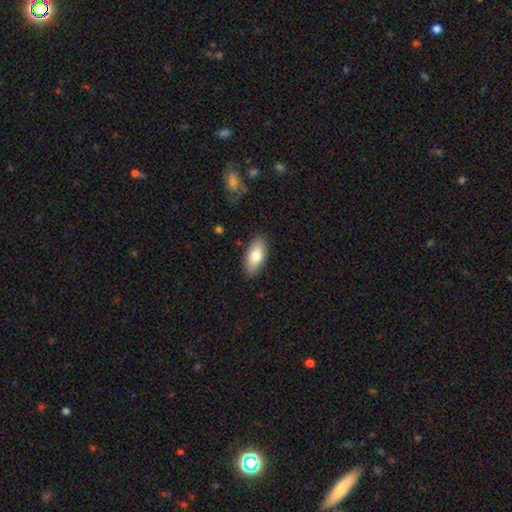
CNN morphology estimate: Overall: smooth (77%). How rounded: in between (90%). Merging: none (87%).